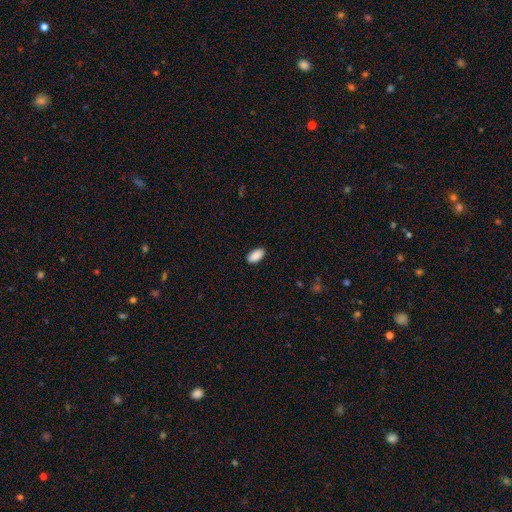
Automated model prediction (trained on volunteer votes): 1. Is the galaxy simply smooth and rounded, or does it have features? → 90% smooth, 7% star or artifact, 3% featured or disk.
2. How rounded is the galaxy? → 94% in between, 3% cigar-shaped, 3% round.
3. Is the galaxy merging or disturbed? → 88% none, 9% minor disturbance, 2% major disturbance, 1% merger.